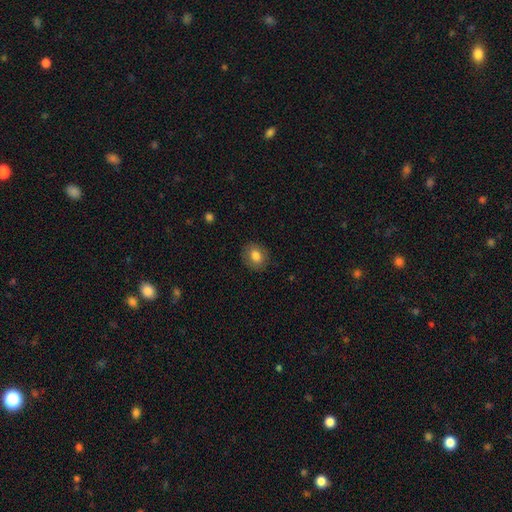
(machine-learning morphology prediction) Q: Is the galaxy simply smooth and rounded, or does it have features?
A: smooth — 79%.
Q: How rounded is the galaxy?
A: round — 61%.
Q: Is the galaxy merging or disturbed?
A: none — 87%.